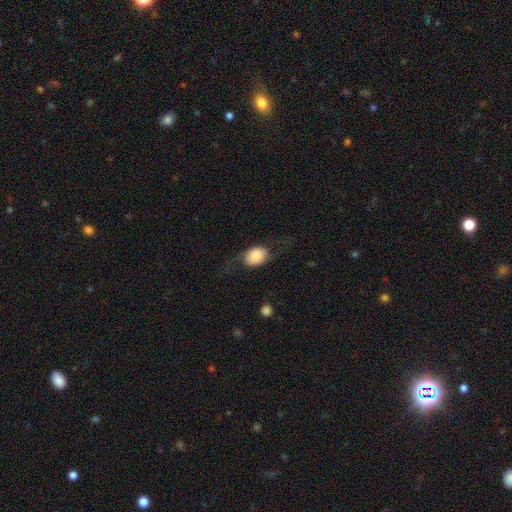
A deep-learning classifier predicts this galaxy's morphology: smooth-or-featured: smooth: 64% | featured or disk: 29% | star or artifact: 7%
  how-rounded: in between: 64% | round: 34% | cigar-shaped: 2%
  merging: none: 58% | minor disturbance: 20% | major disturbance: 20% | merger: 2%